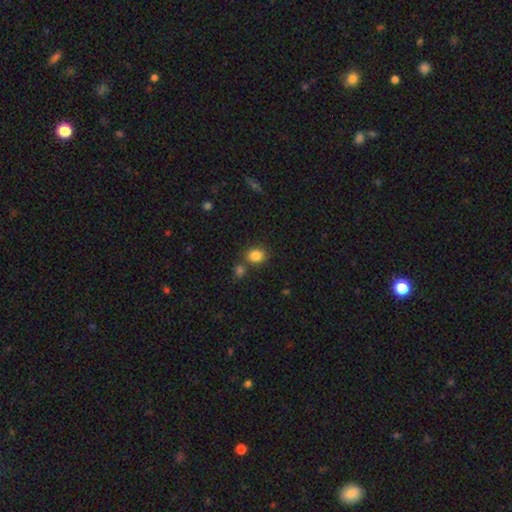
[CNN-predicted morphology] Q: Smooth or featured?
A: smooth (84%); runner-up: star or artifact (11%)
Q: How rounded?
A: round (64%); runner-up: in between (35%)
Q: Merging?
A: none (71%); runner-up: merger (15%)